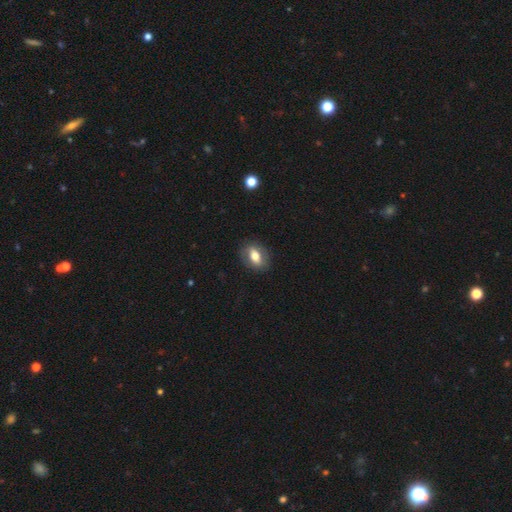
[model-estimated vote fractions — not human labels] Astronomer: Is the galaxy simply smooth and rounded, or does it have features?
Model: smooth — 59% (runner-up: featured or disk, 34%).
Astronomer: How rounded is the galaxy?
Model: in between — 77%.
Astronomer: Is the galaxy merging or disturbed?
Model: none — 82%.